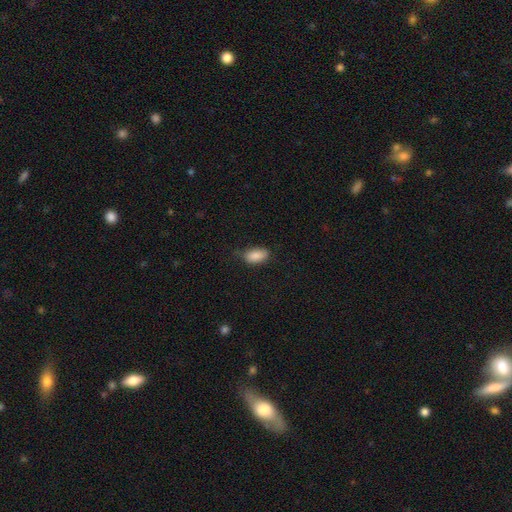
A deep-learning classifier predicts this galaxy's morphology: Smooth or featured? smooth (87%)
How rounded? in between (92%)
Merging? none (69%)